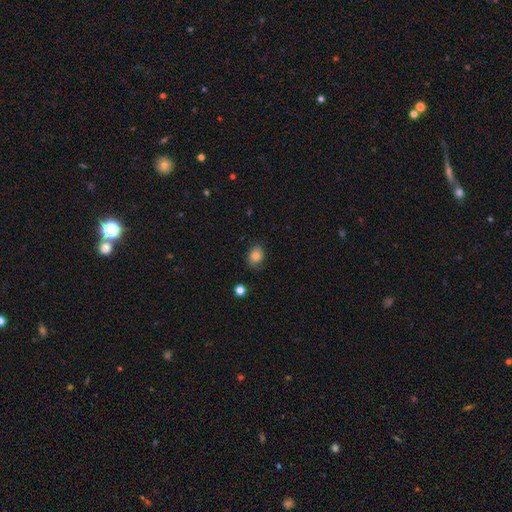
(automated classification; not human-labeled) smooth 80%, star or artifact 11%, featured or disk 9%. Down the decision tree: how rounded — in between (56%); merging — none (76%).